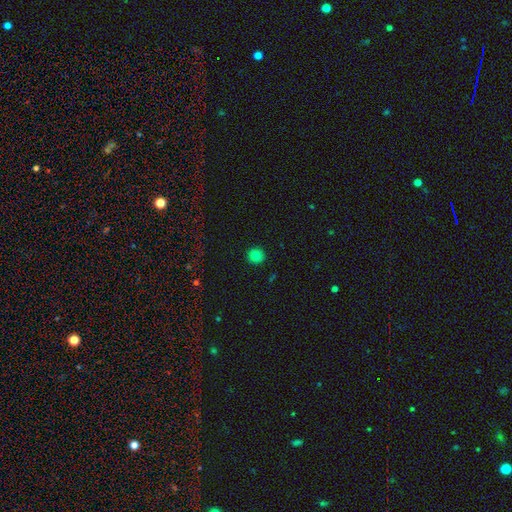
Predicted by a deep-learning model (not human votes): Smooth or featured?
  - smooth: 81% *
  - star or artifact: 12%
  - featured or disk: 6%
How rounded?
  - round: 95% *
  - in between: 4%
  - cigar-shaped: 1%
Merging?
  - none: 92% *
  - minor disturbance: 5%
  - major disturbance: 2%
  - merger: 1%